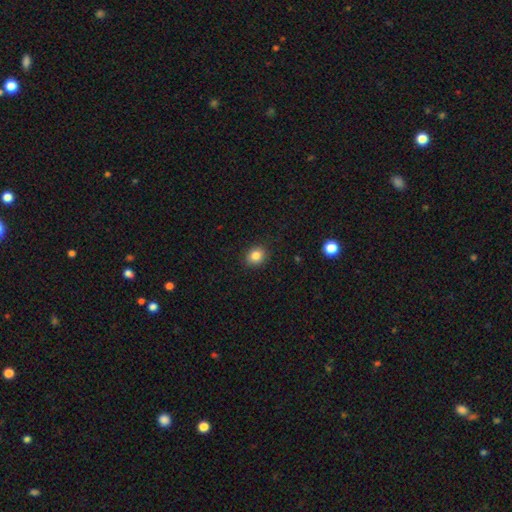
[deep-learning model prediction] Overall: smooth (84%). How rounded: round (66%; in between 33%). Merging: none (89%).